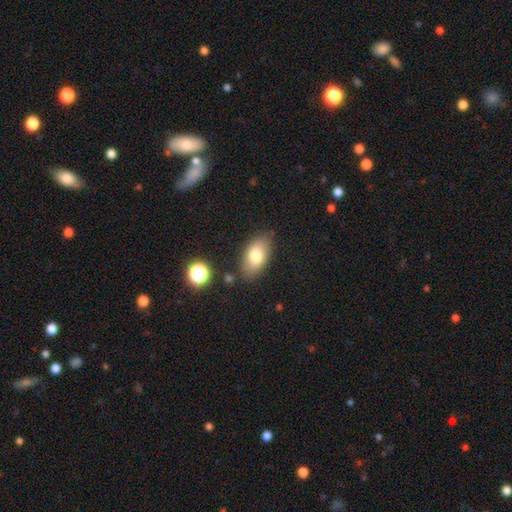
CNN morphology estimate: smooth-or-featured: smooth: 78% | featured or disk: 14% | star or artifact: 8%
  how-rounded: in between: 92% | round: 5% | cigar-shaped: 3%
  merging: none: 79% | minor disturbance: 15% | major disturbance: 4% | merger: 3%